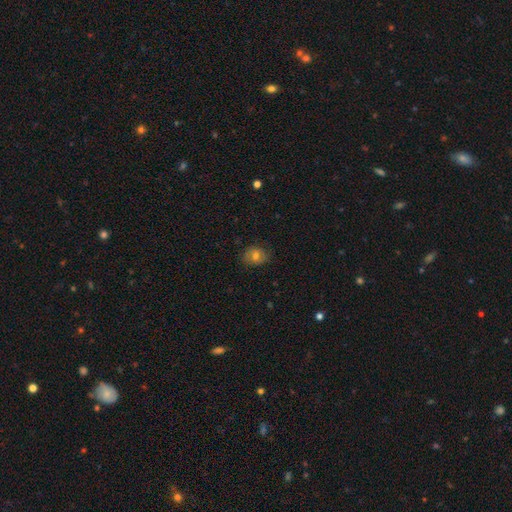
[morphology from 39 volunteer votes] Smooth or featured: smooth — 72% (featured or disk — 18%)
How rounded: round — 75% (in between — 25%)
Merging: none — 74% (minor disturbance — 23%)